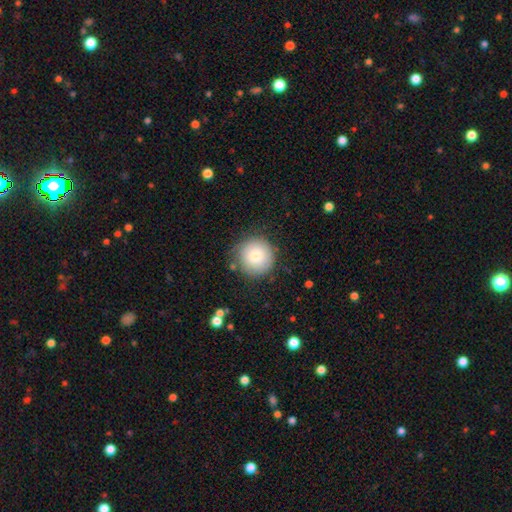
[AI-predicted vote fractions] Smooth or featured? Predicted: smooth (p=0.79). How rounded? Predicted: round (p=0.95). Merging? Predicted: none (p=0.80).